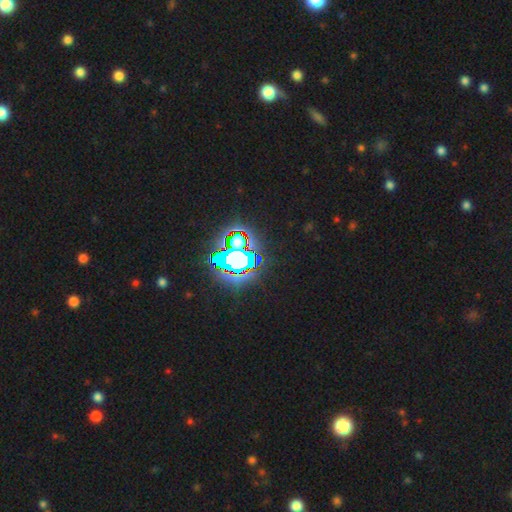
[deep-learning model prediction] Smooth or featured?
  - star or artifact: 85% *
  - smooth: 9%
  - featured or disk: 6%